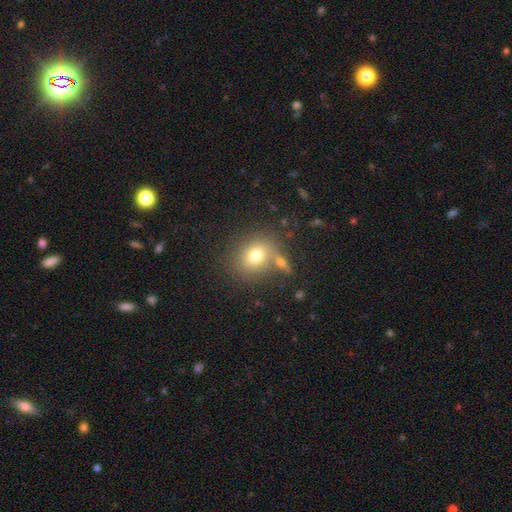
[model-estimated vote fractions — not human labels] Smooth or featured?
  - smooth: 73% *
  - featured or disk: 16%
  - star or artifact: 11%
How rounded?
  - round: 65% *
  - in between: 33%
  - cigar-shaped: 1%
Merging?
  - none: 61% *
  - merger: 21%
  - minor disturbance: 12%
  - major disturbance: 5%